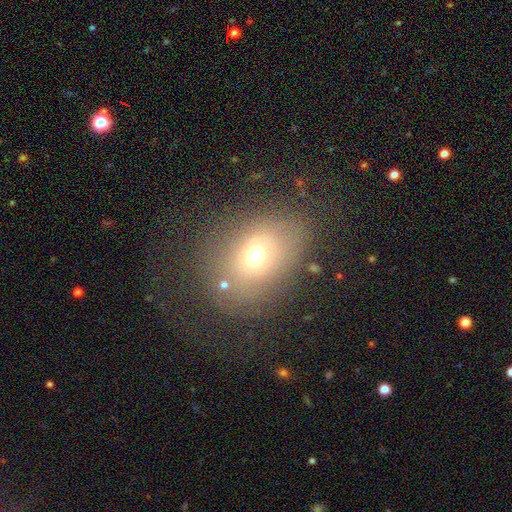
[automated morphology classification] Overall: smooth (64%). How rounded: in between (58%; round 41%). Merging: none (67%).